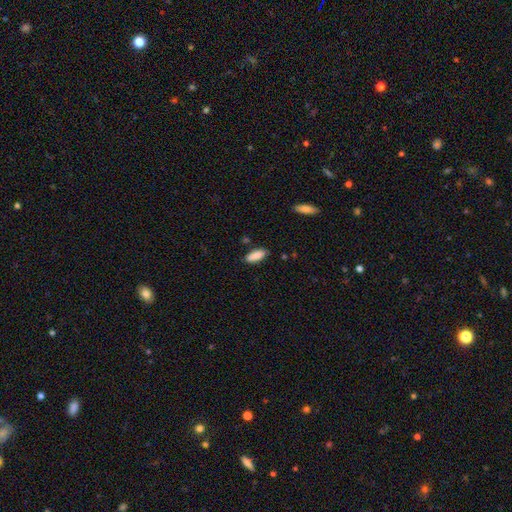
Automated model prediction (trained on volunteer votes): A smooth galaxy with no disk features (88%) that is in between round and cigar-shaped (71%).

Vote fractions:
- Smooth or featured? smooth: 88% / star or artifact: 7% / featured or disk: 6%
- How rounded? in between: 71% / cigar-shaped: 28% / round: 2%
- Merging? none: 82% / minor disturbance: 14% / major disturbance: 2% / merger: 2%